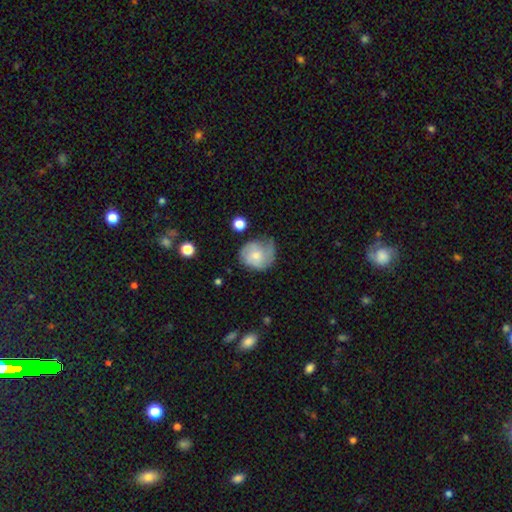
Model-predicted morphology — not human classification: Smooth or featured?
  - smooth: 51% *
  - featured or disk: 42%
  - star or artifact: 7%
How rounded?
  - round: 74% *
  - in between: 25%
  - cigar-shaped: 1%
Merging?
  - none: 42% *
  - minor disturbance: 37%
  - major disturbance: 18%
  - merger: 3%